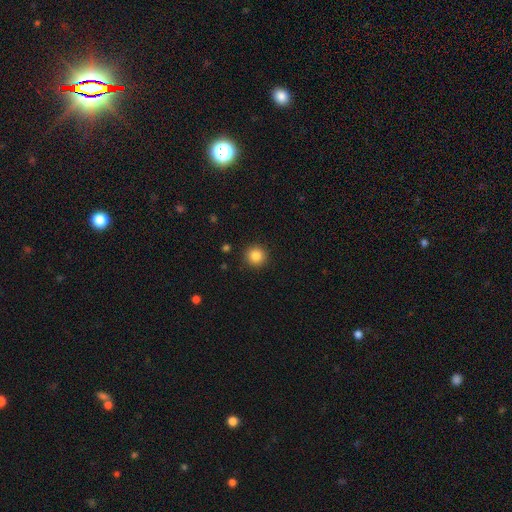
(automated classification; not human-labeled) smooth_or_featured: smooth (p=0.85) [alt: star or artifact p=0.10]
how_rounded: round (p=0.94) [alt: in between p=0.05]
merging: none (p=0.92) [alt: minor disturbance p=0.05]